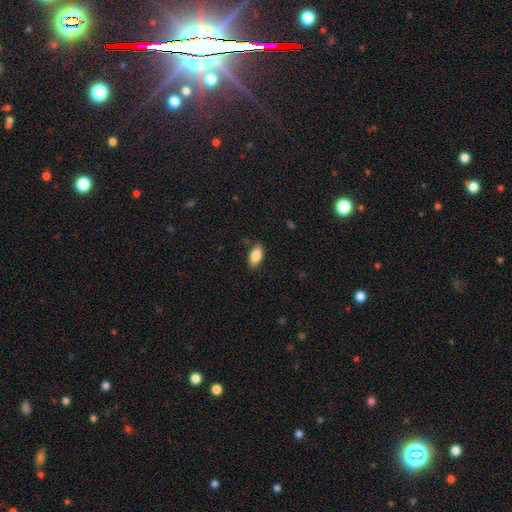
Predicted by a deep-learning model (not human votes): Smooth or featured? smooth (85%)
How rounded? in between (90%)
Merging? none (83%)